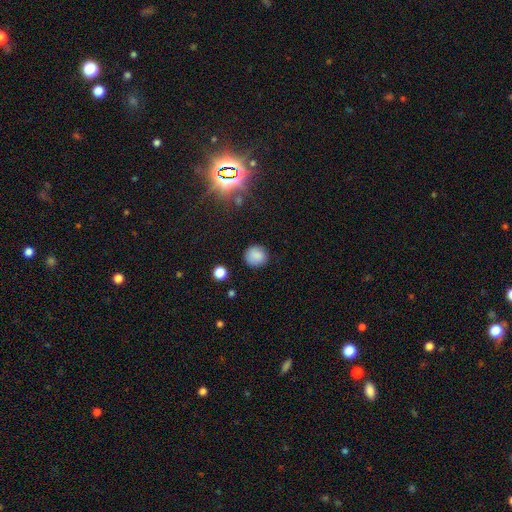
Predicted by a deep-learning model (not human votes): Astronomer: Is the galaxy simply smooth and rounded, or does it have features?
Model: smooth — 84%.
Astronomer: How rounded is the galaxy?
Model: round — 90%.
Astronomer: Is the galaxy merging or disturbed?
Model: none — 86%.